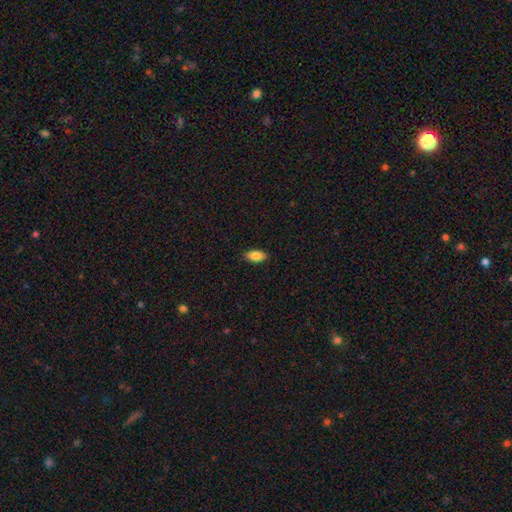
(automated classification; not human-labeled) smooth 85%, featured or disk 7%, star or artifact 7%. Down the decision tree: how rounded — in between (91%); merging — none (88%).